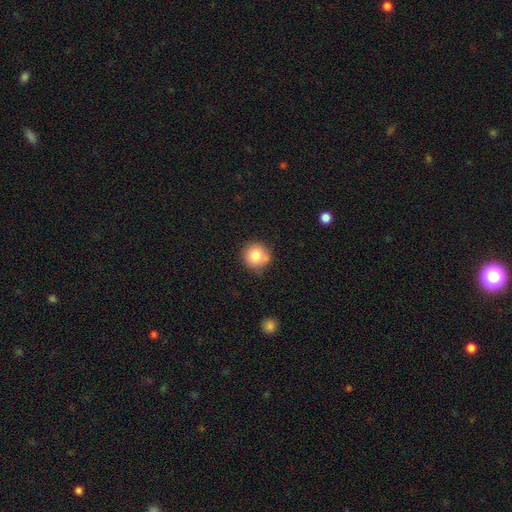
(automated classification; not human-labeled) Morphology: type=smooth (81%); roundness=round (92%); merging=none (77%).